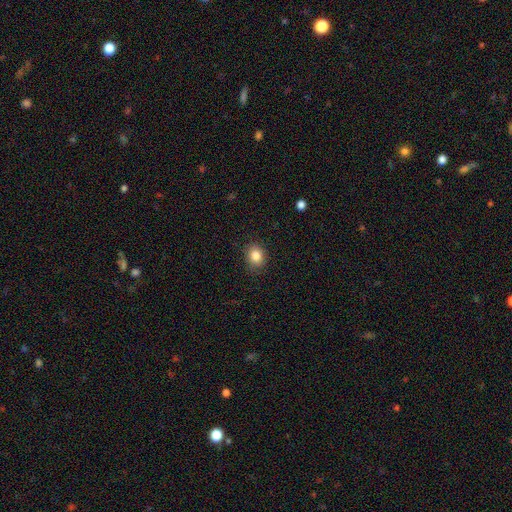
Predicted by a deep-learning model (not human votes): Overall: smooth (85%). How rounded: round (56%; in between 43%). Merging: none (87%).